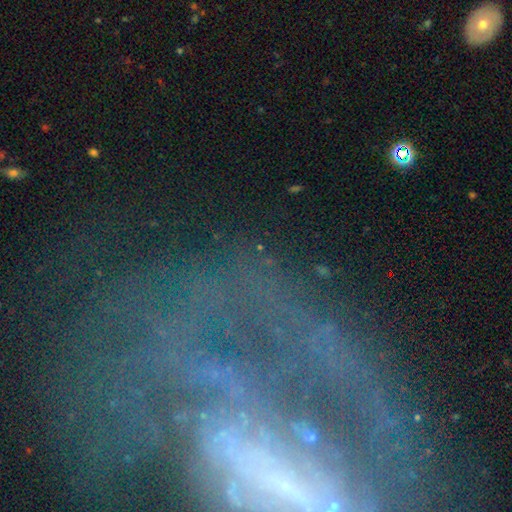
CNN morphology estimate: Q: Smooth or featured?
A: featured or disk (56%); runner-up: star or artifact (28%)
Q: Edge-on disk?
A: no (87%); runner-up: yes (13%)
Q: Merging?
A: none (66%); runner-up: minor disturbance (15%)